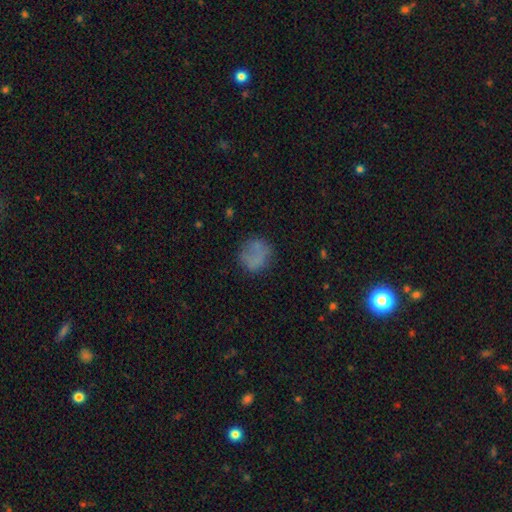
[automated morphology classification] Overall: smooth (73%). How rounded: round (83%). Merging: none (64%).